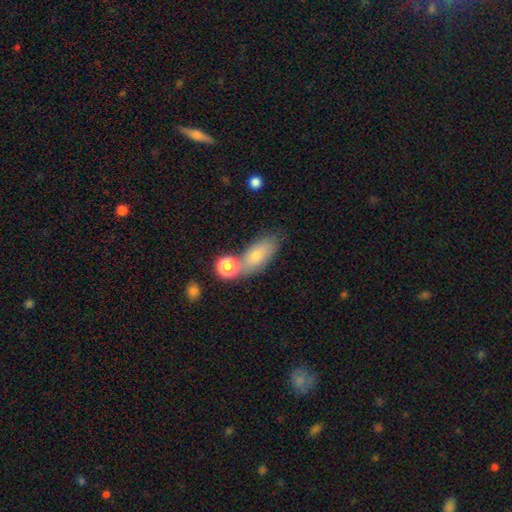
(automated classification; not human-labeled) Smooth or featured? smooth (71%)
How rounded? in between (77%)
Merging? none (59%)